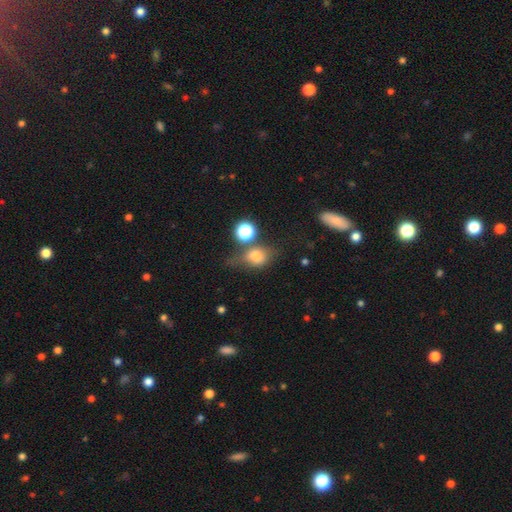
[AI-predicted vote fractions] Smooth or featured? smooth (69%)
How rounded? in between (53%)
Merging? none (43%)